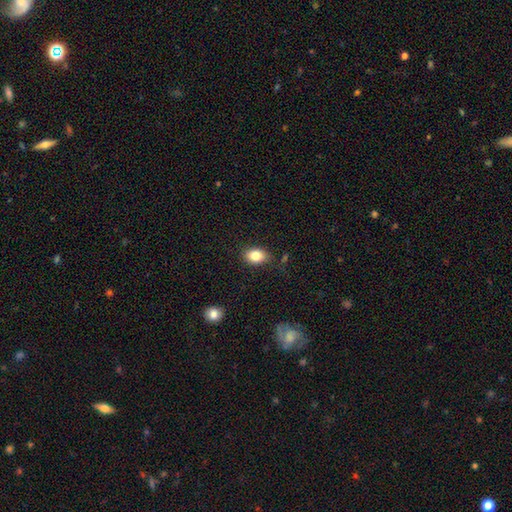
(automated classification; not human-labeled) A smooth galaxy with no disk features (83%) that is in between round and cigar-shaped (77%). Merging: none (82%).